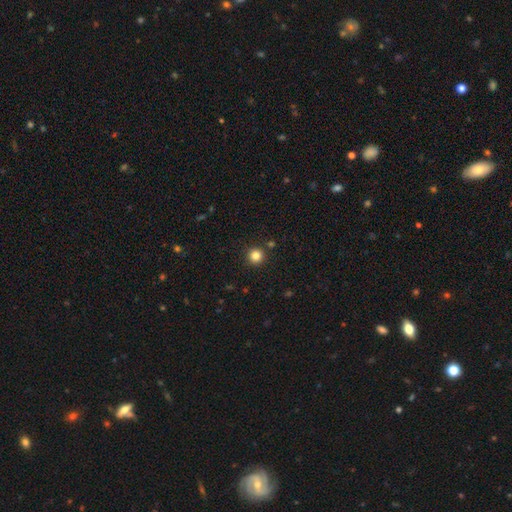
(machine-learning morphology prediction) The model was most divided on "smooth or featured": smooth: 83%, star or artifact: 12%, featured or disk: 5%. More confident: how rounded — round (95%); merging — none (91%).